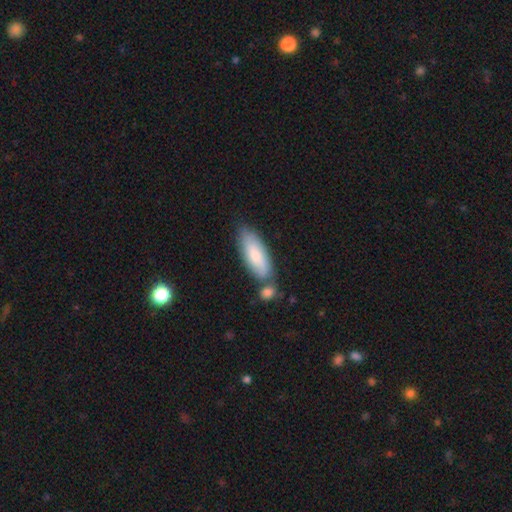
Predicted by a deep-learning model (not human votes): A smooth galaxy with no disk features (77%) that is in between round and cigar-shaped (71%). Merging: none (59%).